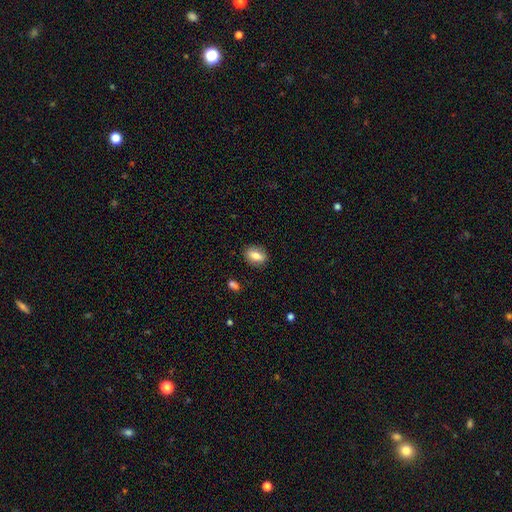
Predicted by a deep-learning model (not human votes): Morphology: type=smooth (77%); roundness=in between (79%); merging=none (86%).